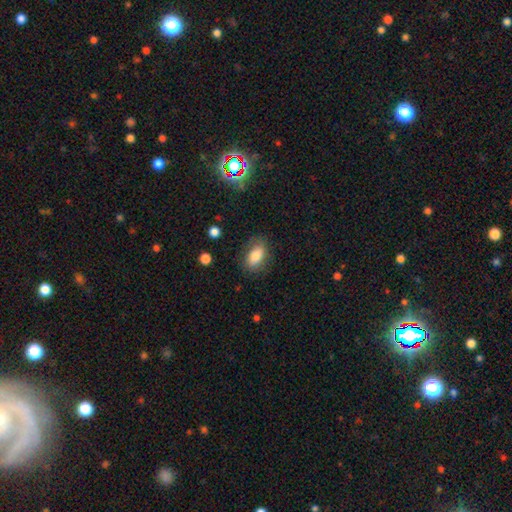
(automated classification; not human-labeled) smooth 81%, featured or disk 11%, star or artifact 8%. Down the decision tree: how rounded — in between (88%); merging — none (79%).